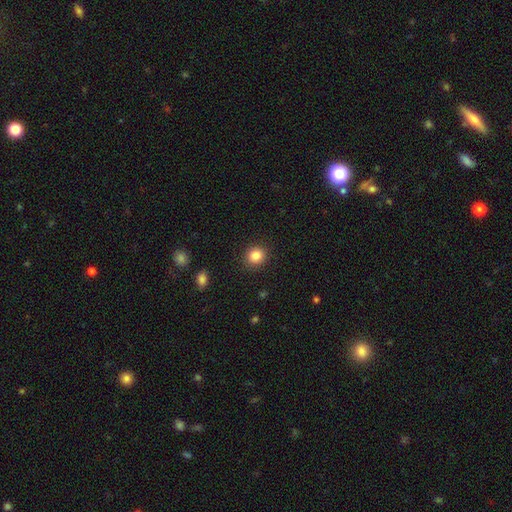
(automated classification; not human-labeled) smooth-or-featured: smooth: 84% | star or artifact: 10% | featured or disk: 5%
  how-rounded: round: 87% | in between: 12% | cigar-shaped: 1%
  merging: none: 91% | minor disturbance: 6% | major disturbance: 2% | merger: 1%